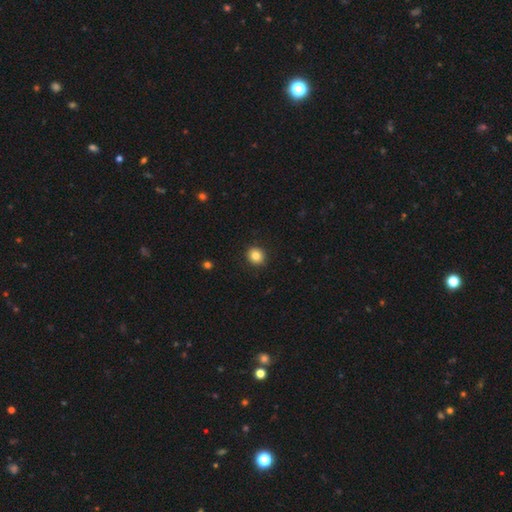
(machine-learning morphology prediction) smooth 84%, star or artifact 10%, featured or disk 6%. Down the decision tree: how rounded — round (86%); merging — none (91%).